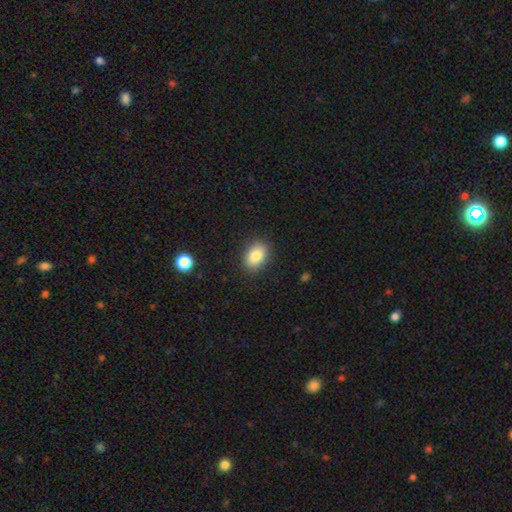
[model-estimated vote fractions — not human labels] Q: Smooth or featured?
A: smooth (84%); runner-up: star or artifact (8%)
Q: How rounded?
A: in between (78%); runner-up: round (21%)
Q: Merging?
A: none (86%); runner-up: minor disturbance (10%)